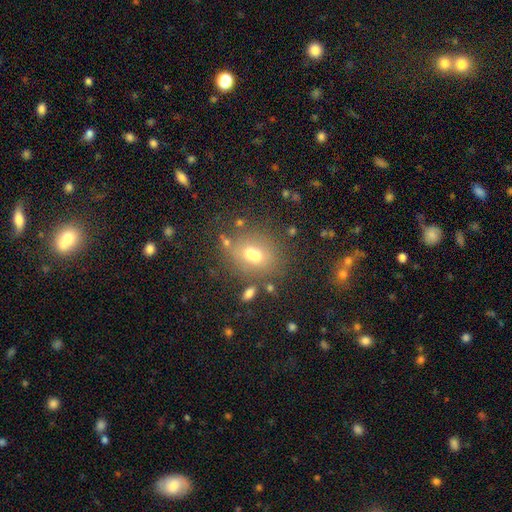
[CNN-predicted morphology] Overall: smooth (65%). How rounded: in between (51%; round 47%). Merging: none (67%).